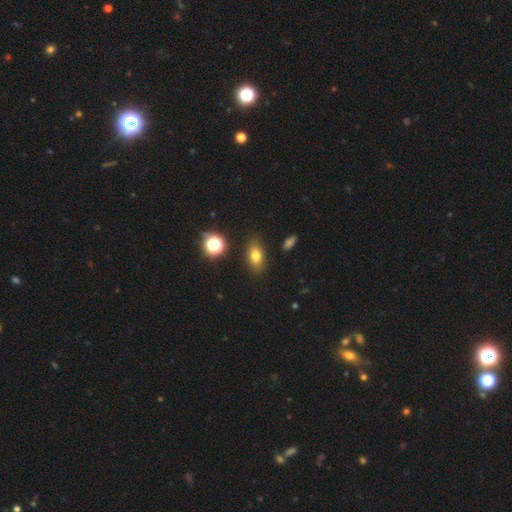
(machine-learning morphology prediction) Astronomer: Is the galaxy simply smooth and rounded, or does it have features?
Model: smooth — 74%.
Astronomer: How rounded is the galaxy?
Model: in between — 79%.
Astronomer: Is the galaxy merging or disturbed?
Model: none — 85%.